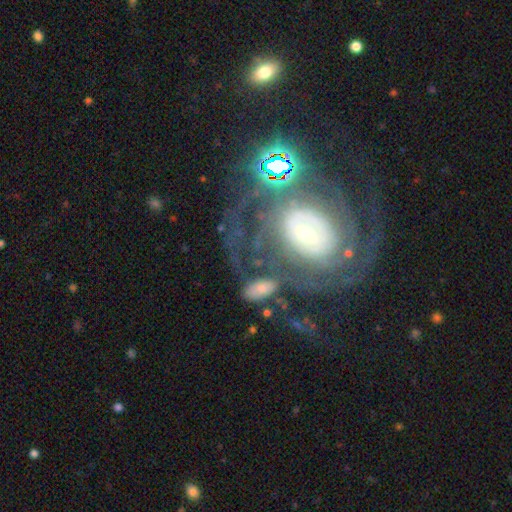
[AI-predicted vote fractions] The model was most divided on "spiral arm count": can't tell: 37%, 2: 30%, 3: 12%, 4: 8%, more than 4: 7%, 1: 7%. More confident: edge-on disk — no (97%); spiral arms — yes (87%); smooth or featured — featured or disk (81%); bar — no (64%); bulge size — small (64%); spiral winding — tight (63%); merging — none (59%).